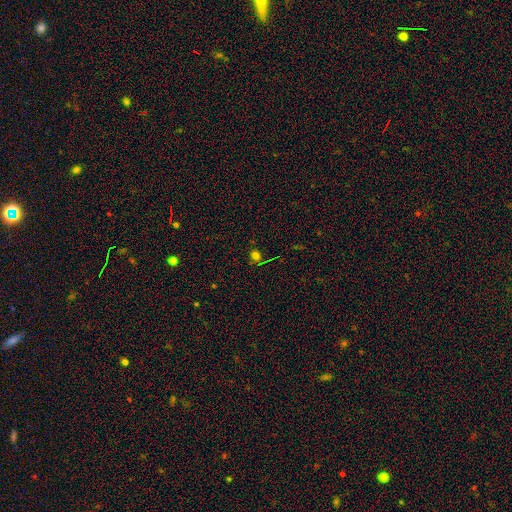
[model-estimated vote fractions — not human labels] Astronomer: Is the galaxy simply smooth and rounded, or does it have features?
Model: smooth — 62%.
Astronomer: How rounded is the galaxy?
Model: round — 86%.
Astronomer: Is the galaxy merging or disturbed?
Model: none — 75%.